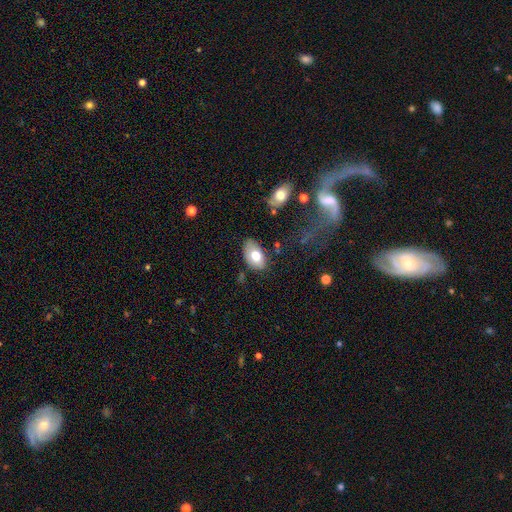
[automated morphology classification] Smooth or featured? smooth (72%)
How rounded? in between (92%)
Merging? none (75%)